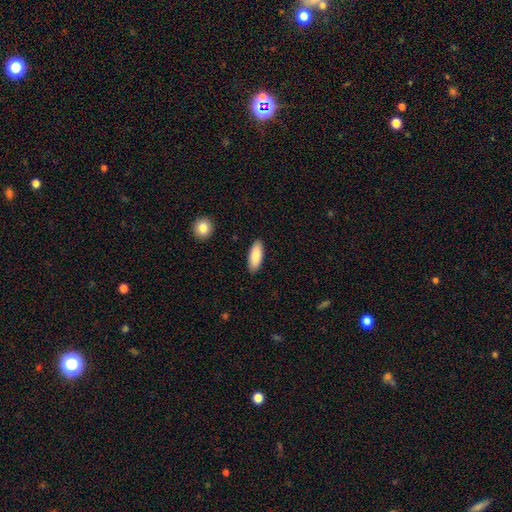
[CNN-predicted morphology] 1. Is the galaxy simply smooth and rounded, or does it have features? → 87% smooth, 8% featured or disk, 6% star or artifact.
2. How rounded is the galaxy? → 76% in between, 23% cigar-shaped, 2% round.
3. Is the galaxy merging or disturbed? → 89% none, 8% minor disturbance, 2% major disturbance, 1% merger.